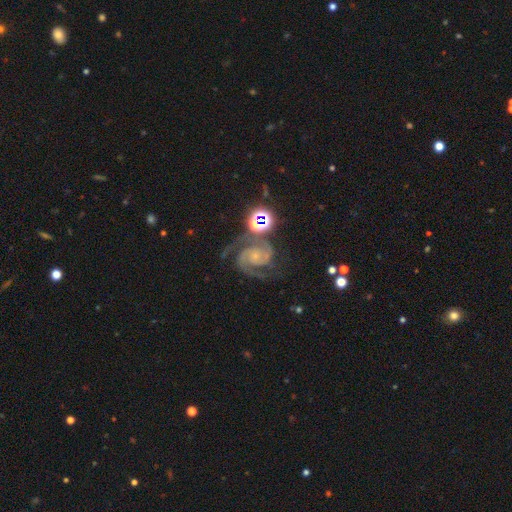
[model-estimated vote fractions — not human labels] smooth_or_featured: featured or disk (p=0.89) [alt: star or artifact p=0.07]
disk_edge_on: no (p=0.98) [alt: yes p=0.02]
bar: no (p=0.68) [alt: weak p=0.24]
has_spiral_arms: yes (p=0.99) [alt: no p=0.01]
spiral_winding: medium (p=0.49) [alt: tight p=0.44]
spiral_arm_count: 2 (p=0.86) [alt: 3 p=0.07]
bulge_size: small (p=0.69) [alt: moderate p=0.17]
merging: none (p=0.67) [alt: minor disturbance p=0.17]